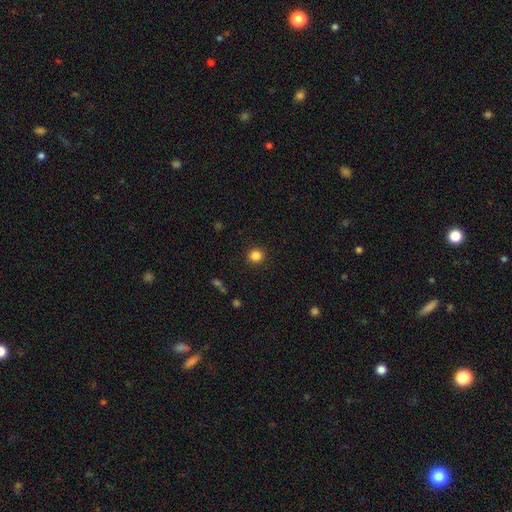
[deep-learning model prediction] smooth_or_featured: smooth (p=0.84) [alt: star or artifact p=0.12]
how_rounded: round (p=0.93) [alt: in between p=0.07]
merging: none (p=0.92) [alt: minor disturbance p=0.05]